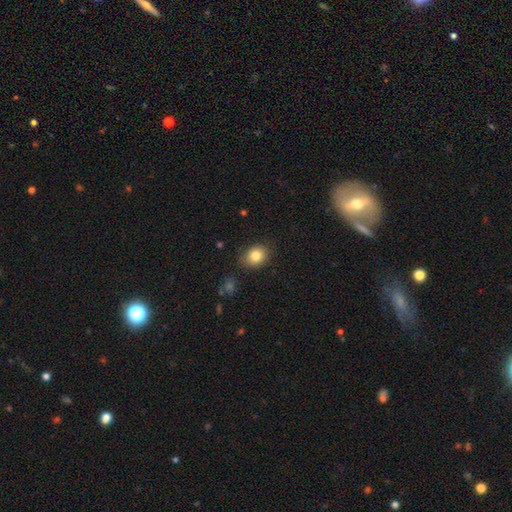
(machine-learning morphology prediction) smooth_or_featured: smooth (p=0.81) [alt: star or artifact p=0.10]
how_rounded: round (p=0.51) [alt: in between p=0.48]
merging: none (p=0.82) [alt: minor disturbance p=0.13]